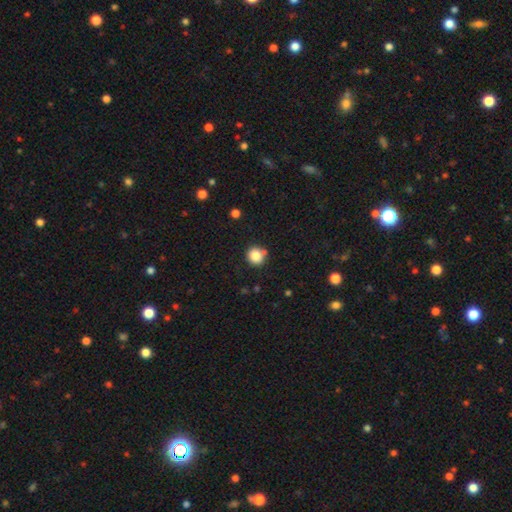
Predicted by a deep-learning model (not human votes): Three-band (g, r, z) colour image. It shows a smooth galaxy with no disk features (83%) that is round (90%). Merging: none (76%).